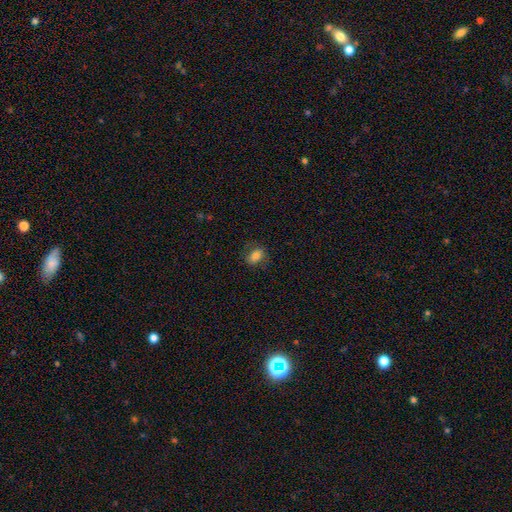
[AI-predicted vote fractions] The model was most divided on "how rounded": in between: 77%, round: 21%, cigar-shaped: 3%. More confident: smooth or featured — smooth (76%); merging — none (76%).